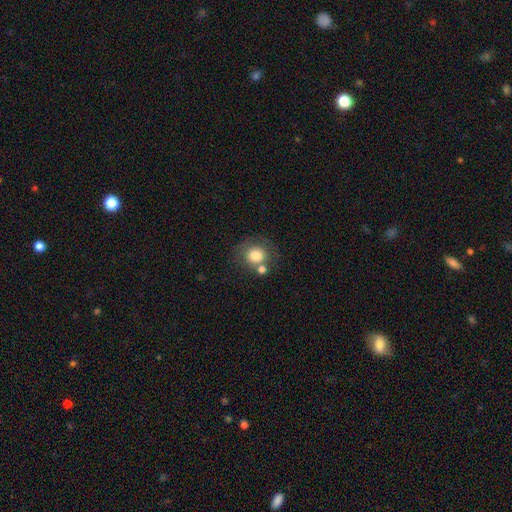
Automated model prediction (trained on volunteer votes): Smooth or featured? Predicted: smooth (p=0.77). How rounded? Predicted: round (p=0.83). Merging? Predicted: none (p=0.58).